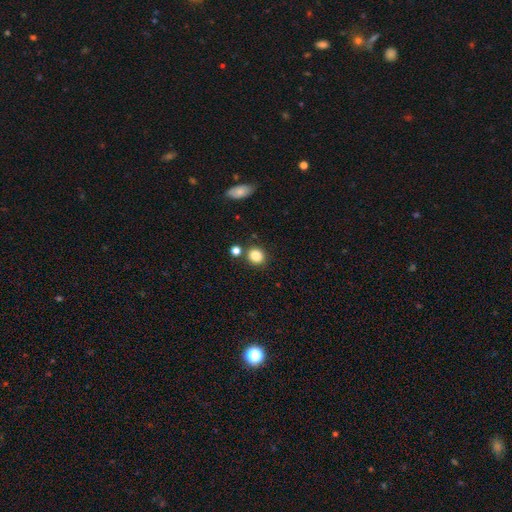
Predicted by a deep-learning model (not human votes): The model was most divided on "how rounded": round: 71%, in between: 28%, cigar-shaped: 1%. More confident: smooth or featured — smooth (85%); merging — none (78%).